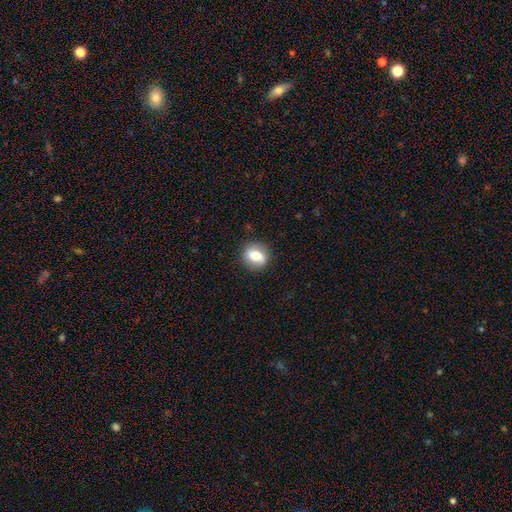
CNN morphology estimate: This appears to be a smooth galaxy with no disk features (68%) that is round (70%). Merging: none (86%).